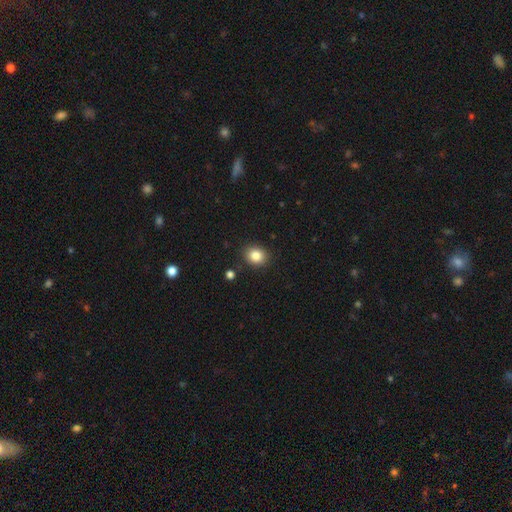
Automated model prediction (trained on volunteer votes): Smooth or featured?
  - smooth: 84% *
  - star or artifact: 10%
  - featured or disk: 6%
How rounded?
  - round: 65% *
  - in between: 34%
  - cigar-shaped: 1%
Merging?
  - none: 87% *
  - minor disturbance: 9%
  - major disturbance: 2%
  - merger: 2%